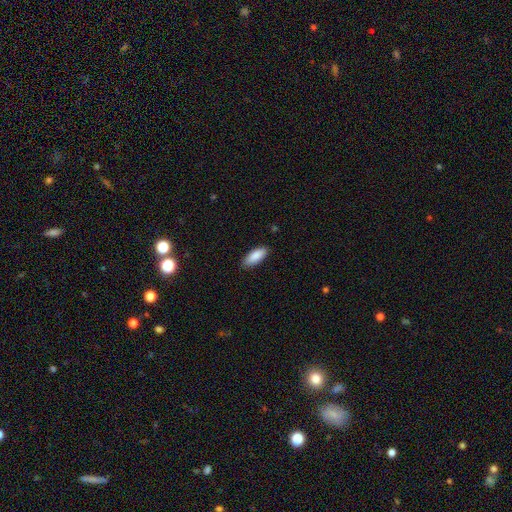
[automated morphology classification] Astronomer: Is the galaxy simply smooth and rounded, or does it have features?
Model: smooth — 89%.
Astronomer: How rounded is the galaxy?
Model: in between — 80%.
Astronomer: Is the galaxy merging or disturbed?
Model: none — 87%.